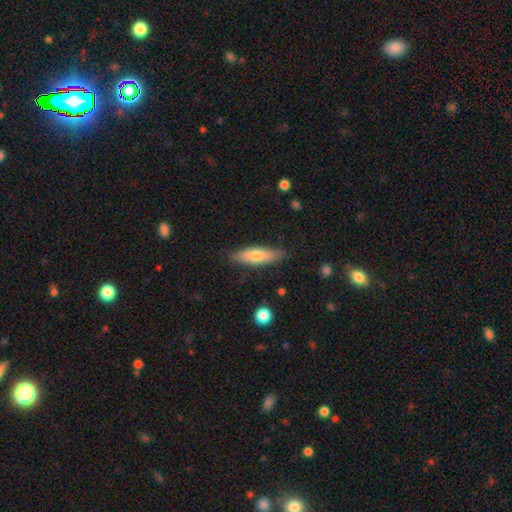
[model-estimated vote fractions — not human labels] The model was most divided on "how rounded": cigar-shaped: 55%, in between: 43%, round: 2%. More confident: merging — none (83%); smooth or featured — smooth (66%).